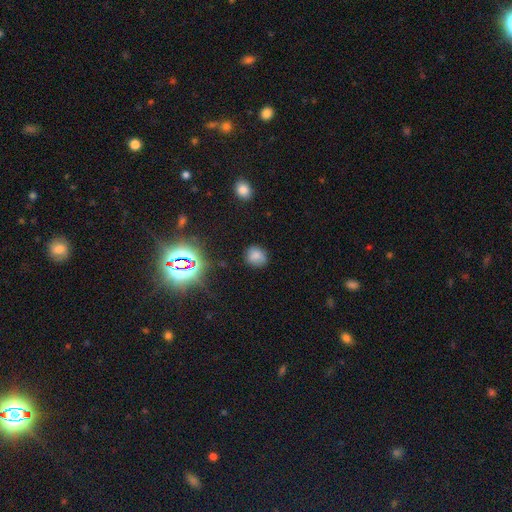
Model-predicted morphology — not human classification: type=smooth (74%); roundness=round (76%); merging=none (80%).